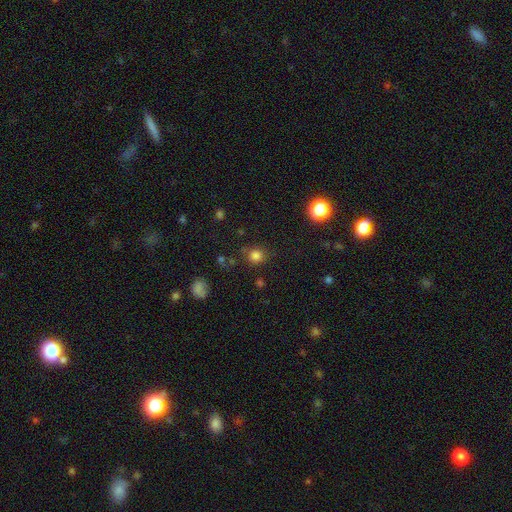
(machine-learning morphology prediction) smooth 79%, star or artifact 16%, featured or disk 5%. Down the decision tree: how rounded — round (88%); merging — none (79%).